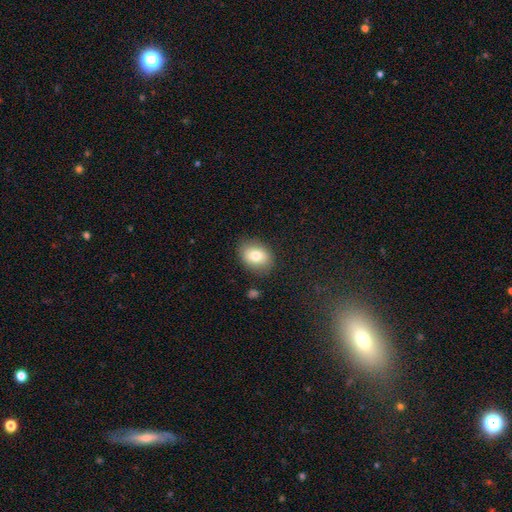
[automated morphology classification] A smooth galaxy with no disk features (78%) that is in between round and cigar-shaped (67%).

Vote fractions:
- Smooth or featured? smooth: 78% / featured or disk: 14% / star or artifact: 8%
- How rounded? in between: 67% / round: 32% / cigar-shaped: 1%
- Merging? none: 84% / minor disturbance: 12% / major disturbance: 3% / merger: 1%